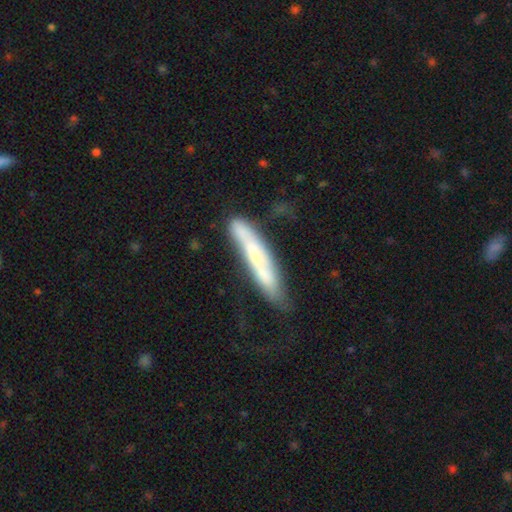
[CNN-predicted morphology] A smooth galaxy with no disk features (50%) that is cigar-shaped (90%). Merging: none (61%).